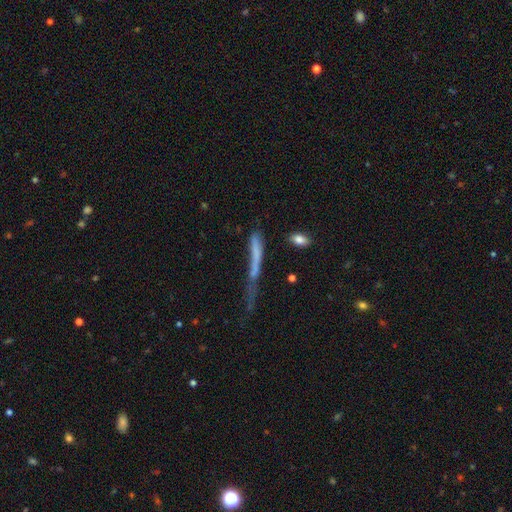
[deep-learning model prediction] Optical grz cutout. It shows a smooth galaxy with no disk features (52%) that is cigar-shaped (89%). Merging: none (34%).